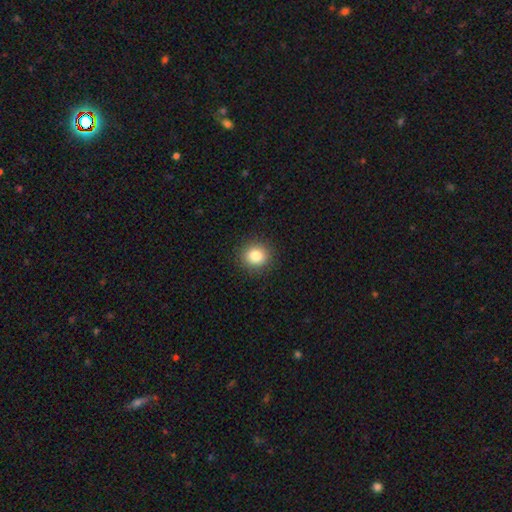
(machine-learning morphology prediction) smooth-or-featured: smooth: 84% | star or artifact: 10% | featured or disk: 6%
  how-rounded: round: 85% | in between: 14% | cigar-shaped: 1%
  merging: none: 91% | minor disturbance: 6% | major disturbance: 2% | merger: 1%